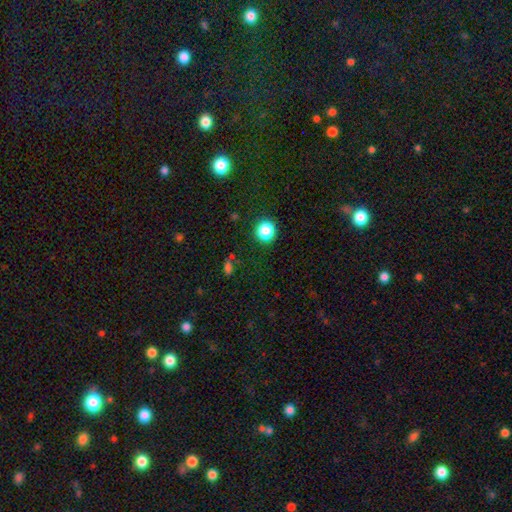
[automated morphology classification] A star or artifact, not a galaxy (60%).